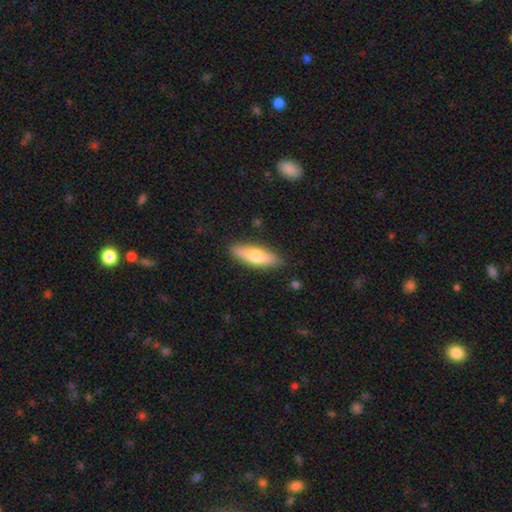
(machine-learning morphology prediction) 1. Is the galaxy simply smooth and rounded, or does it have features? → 65% smooth, 29% featured or disk, 6% star or artifact.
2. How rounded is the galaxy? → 53% cigar-shaped, 45% in between, 2% round.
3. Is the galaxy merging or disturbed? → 86% none, 10% minor disturbance, 2% major disturbance, 1% merger.